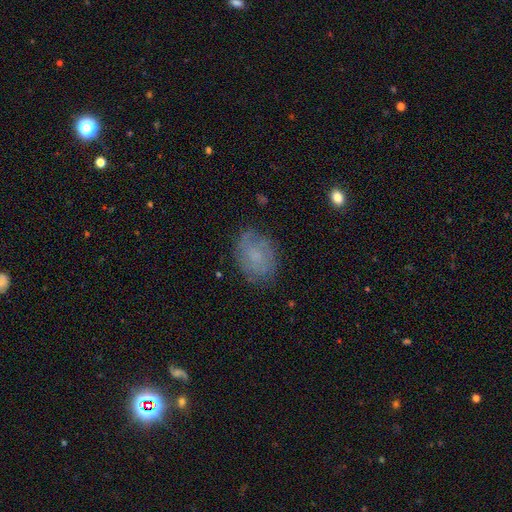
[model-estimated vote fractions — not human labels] This is possibly a smooth galaxy (49%). Merging: likely none (74%).